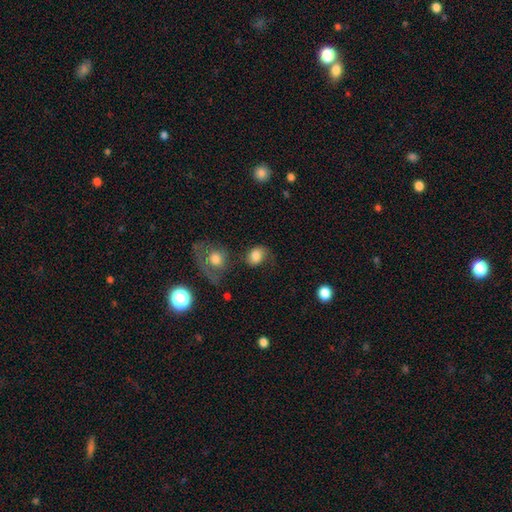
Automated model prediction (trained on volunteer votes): Smooth or featured? smooth (75%)
How rounded? in between (55%)
Merging? none (45%)